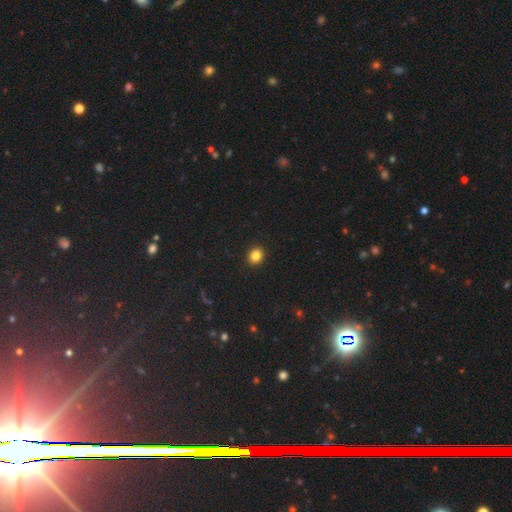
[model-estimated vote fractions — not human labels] Smooth or featured? Predicted: smooth (p=0.84). How rounded? Predicted: round (p=0.72). Merging? Predicted: none (p=0.92).